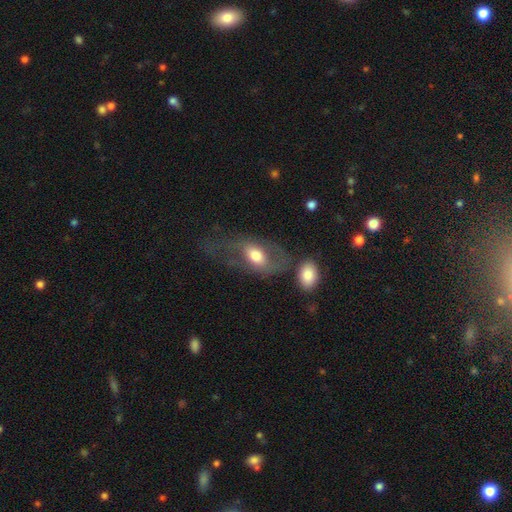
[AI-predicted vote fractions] The model was most divided on "merging": major disturbance: 36%, none: 35%, minor disturbance: 20%, merger: 9%. More confident: how rounded — in between (87%); smooth or featured — smooth (53%).